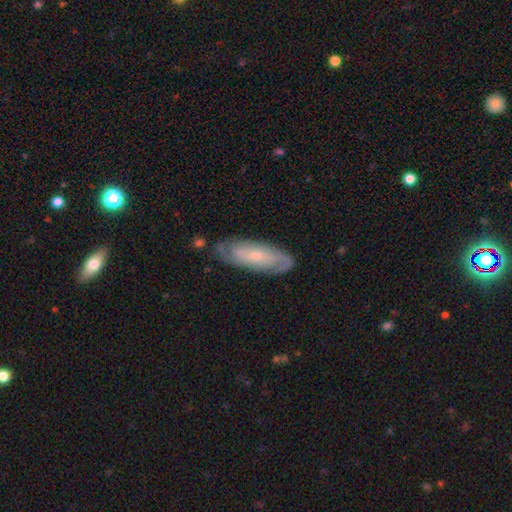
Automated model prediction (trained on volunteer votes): smooth-or-featured: featured or disk: 62% | smooth: 31% | star or artifact: 6%
  disk-edge-on: no: 82% | yes: 18%
    bar: no: 61% | weak: 30% | strong: 9%
    has-spiral-arms: yes: 83% | no: 17%
    bulge-size: small: 65% | moderate: 29% | none: 3% | large: 2% | dominant: 1%
  merging: none: 77% | minor disturbance: 17% | major disturbance: 4% | merger: 2%